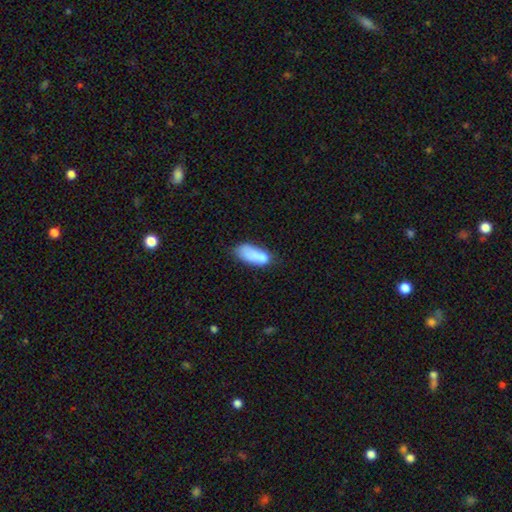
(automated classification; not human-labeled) smooth-or-featured: smooth: 81% | featured or disk: 11% | star or artifact: 8%
  how-rounded: in between: 79% | cigar-shaped: 18% | round: 2%
  merging: none: 45% | minor disturbance: 32% | major disturbance: 13% | merger: 10%